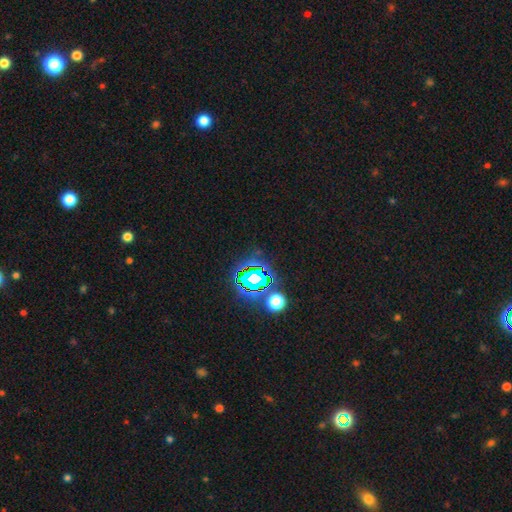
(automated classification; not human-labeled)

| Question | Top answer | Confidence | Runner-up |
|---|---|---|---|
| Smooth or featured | star or artifact | 80% | smooth (13%) |